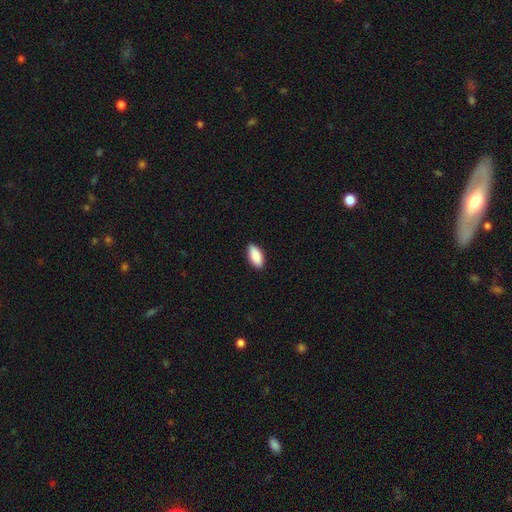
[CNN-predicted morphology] Q: Smooth or featured?
A: smooth (90%); runner-up: star or artifact (6%)
Q: How rounded?
A: in between (90%); runner-up: cigar-shaped (8%)
Q: Merging?
A: none (89%); runner-up: minor disturbance (8%)